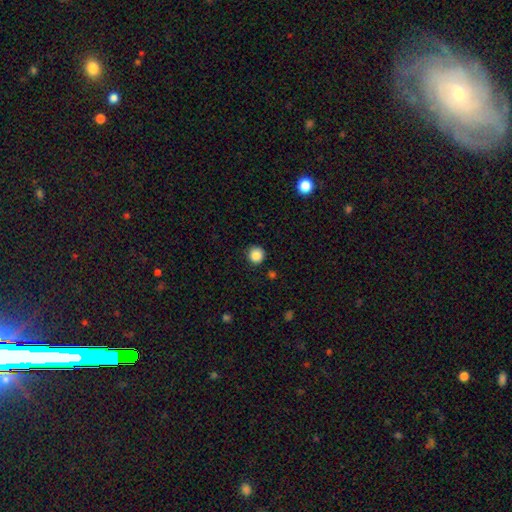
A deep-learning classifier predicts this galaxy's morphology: Smooth or featured? Predicted: smooth (p=0.87). How rounded? Predicted: round (p=0.94). Merging? Predicted: none (p=0.89).